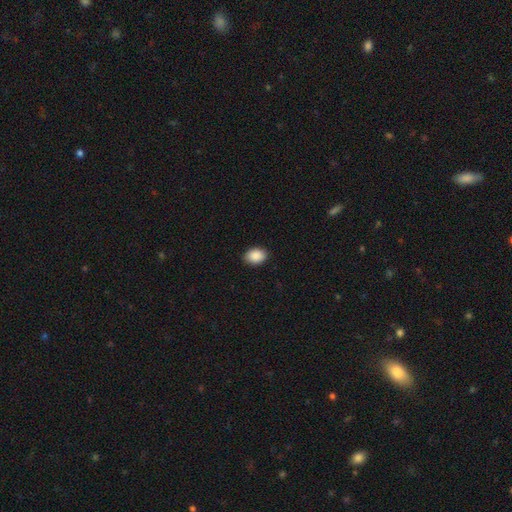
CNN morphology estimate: Overall: smooth (90%). How rounded: in between (80%). Merging: none (88%).